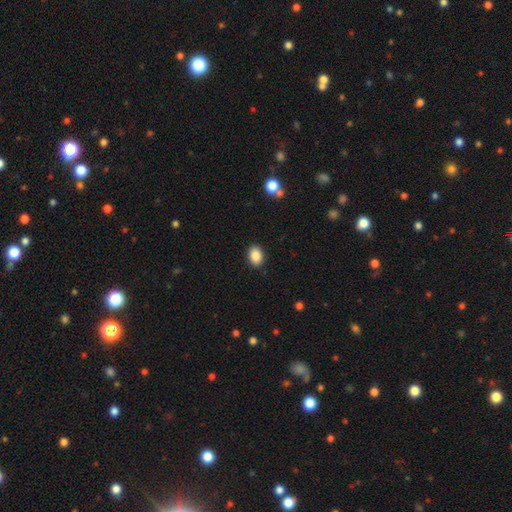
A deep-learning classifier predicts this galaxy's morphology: A smooth galaxy with no disk features (88%) that is in between round and cigar-shaped (75%). Merging: none (89%).